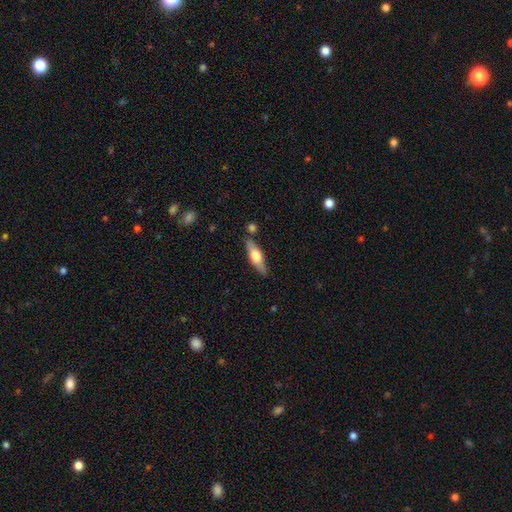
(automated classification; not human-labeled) Smooth or featured? smooth (48%)
Merging? none (79%)